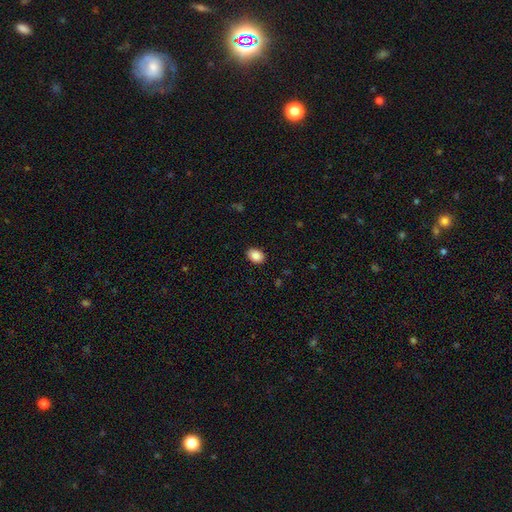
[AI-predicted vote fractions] The model was most divided on "how rounded": in between: 71%, round: 28%, cigar-shaped: 1%. More confident: merging — none (89%); smooth or featured — smooth (89%).